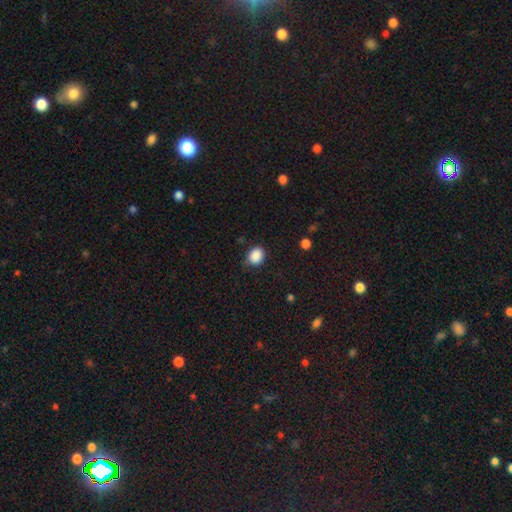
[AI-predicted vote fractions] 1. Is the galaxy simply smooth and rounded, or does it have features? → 88% smooth, 9% star or artifact, 3% featured or disk.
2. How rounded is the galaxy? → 54% round, 45% in between, 1% cigar-shaped.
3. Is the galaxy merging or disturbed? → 75% none, 19% minor disturbance, 4% major disturbance, 1% merger.